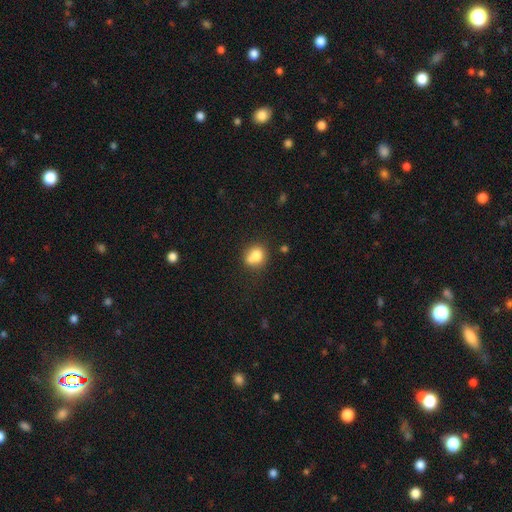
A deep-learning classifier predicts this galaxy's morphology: Smooth or featured? smooth (75%)
How rounded? round (76%)
Merging? none (46%)